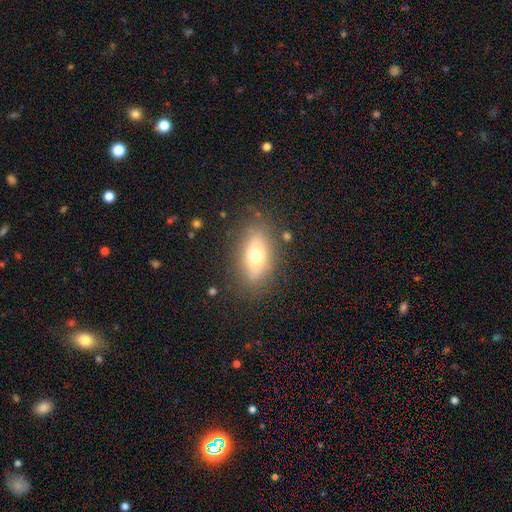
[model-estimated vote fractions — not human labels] Smooth or featured? smooth (63%)
How rounded? in between (80%)
Merging? none (80%)